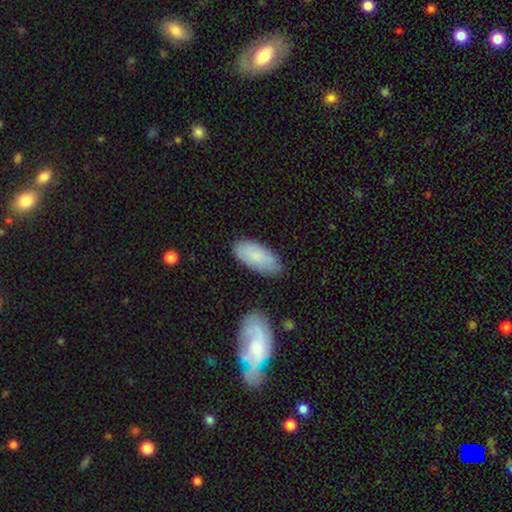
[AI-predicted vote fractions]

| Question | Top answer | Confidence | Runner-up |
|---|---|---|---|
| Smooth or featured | smooth | 78% | featured or disk (16%) |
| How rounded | in between | 88% | cigar-shaped (10%) |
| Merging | none | 76% | minor disturbance (17%) |